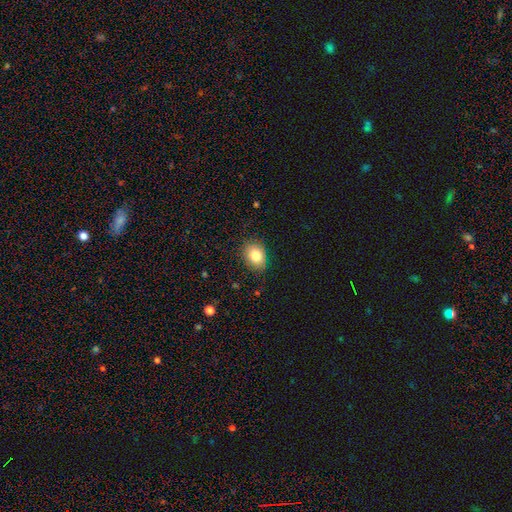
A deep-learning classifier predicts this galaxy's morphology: Smooth or featured?
  - smooth: 82% *
  - star or artifact: 9%
  - featured or disk: 9%
How rounded?
  - in between: 62% *
  - round: 37%
  - cigar-shaped: 1%
Merging?
  - none: 82% *
  - minor disturbance: 14%
  - major disturbance: 3%
  - merger: 1%